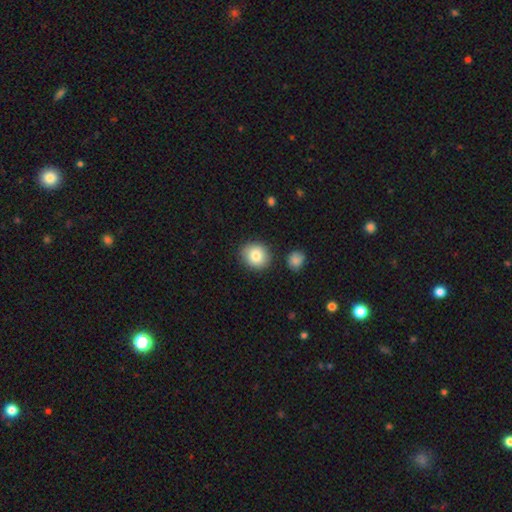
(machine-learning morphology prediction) type=smooth (83%); roundness=round (77%); merging=none (84%).